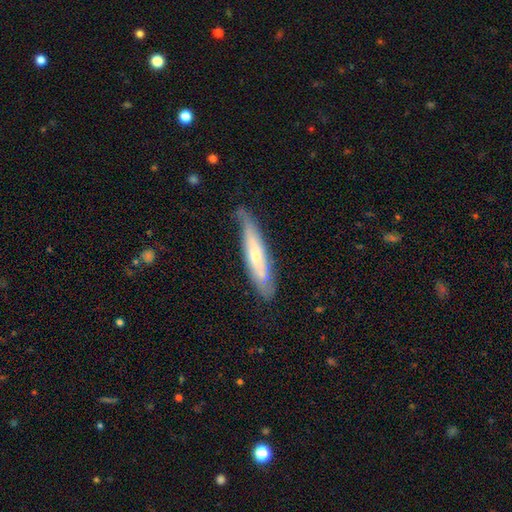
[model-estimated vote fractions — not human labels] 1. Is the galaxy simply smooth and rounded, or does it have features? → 50% featured or disk, 44% smooth, 6% star or artifact.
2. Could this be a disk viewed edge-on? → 62% yes, 38% no.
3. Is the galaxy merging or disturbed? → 63% none, 28% minor disturbance, 7% major disturbance, 3% merger.